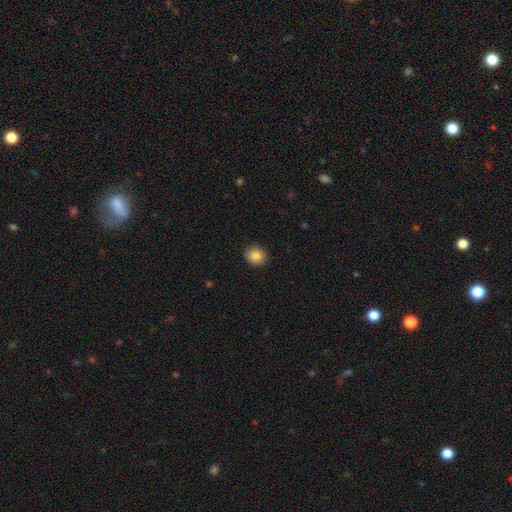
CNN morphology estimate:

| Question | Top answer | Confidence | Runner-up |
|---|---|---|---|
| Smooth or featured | smooth | 85% | star or artifact (9%) |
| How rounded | round | 68% | in between (32%) |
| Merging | none | 90% | minor disturbance (7%) |